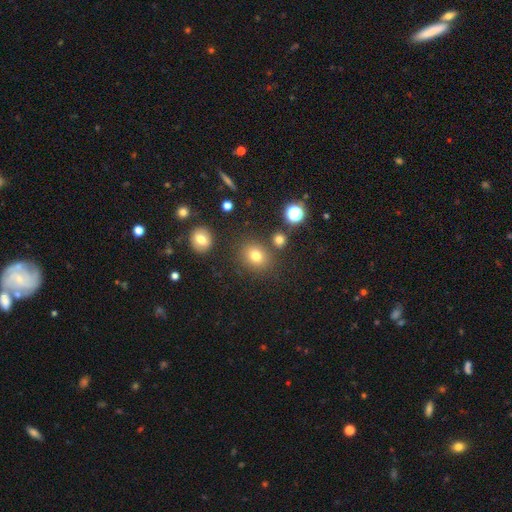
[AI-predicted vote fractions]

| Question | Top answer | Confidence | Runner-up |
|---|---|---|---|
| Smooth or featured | smooth | 74% | star or artifact (17%) |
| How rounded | round | 69% | in between (30%) |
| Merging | none | 79% | minor disturbance (10%) |